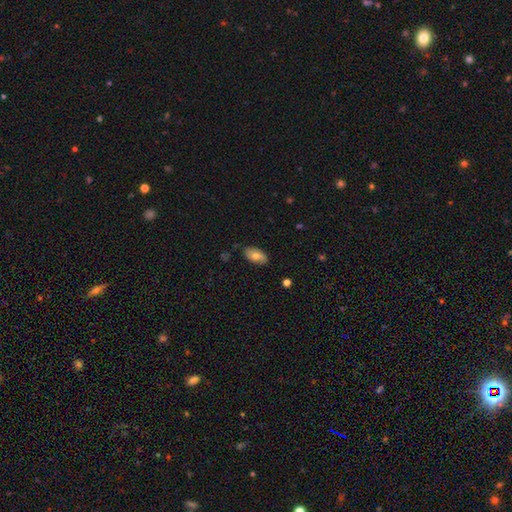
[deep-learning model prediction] Q: Smooth or featured?
A: smooth (72%); runner-up: featured or disk (21%)
Q: How rounded?
A: in between (93%); runner-up: round (4%)
Q: Merging?
A: none (81%); runner-up: minor disturbance (15%)